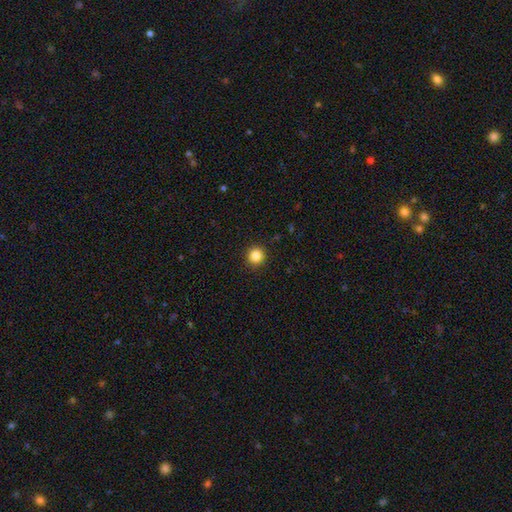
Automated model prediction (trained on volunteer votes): Overall: smooth (85%). How rounded: round (95%). Merging: none (92%).